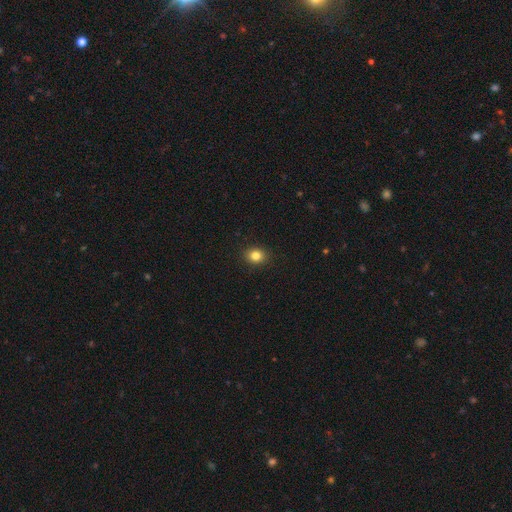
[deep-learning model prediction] smooth 83%, star or artifact 11%, featured or disk 6%. Down the decision tree: how rounded — round (64%); merging — none (91%).